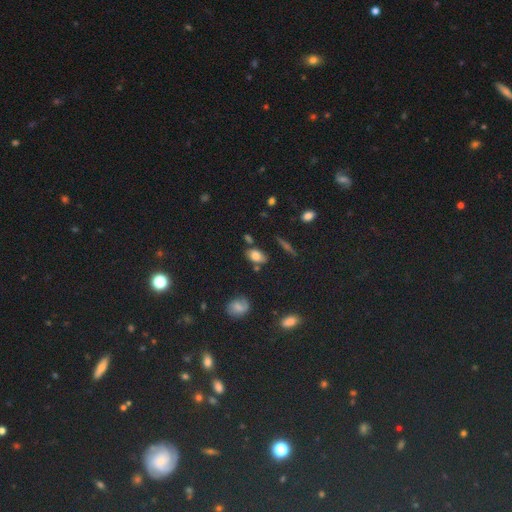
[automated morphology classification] Smooth or featured: smooth — 76% (featured or disk — 13%)
How rounded: in between — 87% (round — 9%)
Merging: none — 70% (minor disturbance — 18%)